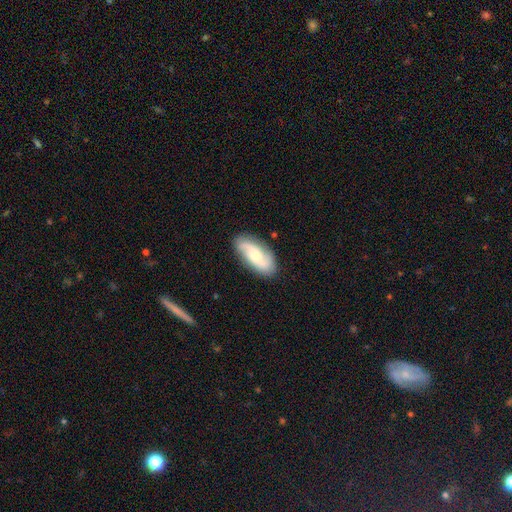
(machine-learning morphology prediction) Smooth or featured?
  - featured or disk: 62% *
  - smooth: 32%
  - star or artifact: 6%
Edge-on disk?
  - no: 93% *
  - yes: 7%
Bar?
  - no: 58% *
  - weak: 34%
  - strong: 9%
Spiral arms?
  - yes: 92% *
  - no: 8%
Spiral winding?
  - loose: 48% *
  - medium: 36%
  - tight: 16%
Spiral arm count?
  - 2: 86% *
  - can't tell: 7%
  - 1: 2%
  - 3: 2%
  - 4: 1%
  - more than 4: 1%
Bulge size?
  - moderate: 54% *
  - small: 33%
  - large: 8%
  - none: 3%
  - dominant: 2%
Merging?
  - none: 84% *
  - minor disturbance: 12%
  - major disturbance: 3%
  - merger: 1%